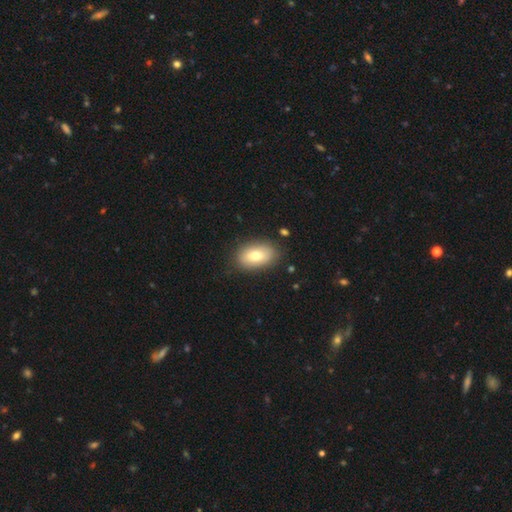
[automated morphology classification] A smooth galaxy with no disk features (75%) that is in between round and cigar-shaped (90%). Merging: none (84%).